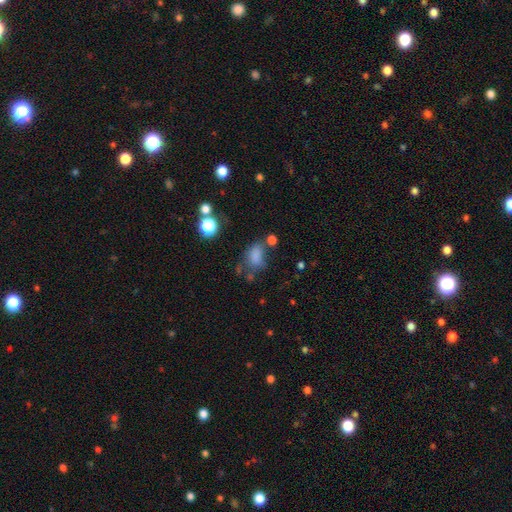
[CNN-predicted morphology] The model was most divided on "merging": none: 40%, minor disturbance: 25%, major disturbance: 22%, merger: 14%. More confident: how rounded — in between (81%); smooth or featured — smooth (73%).